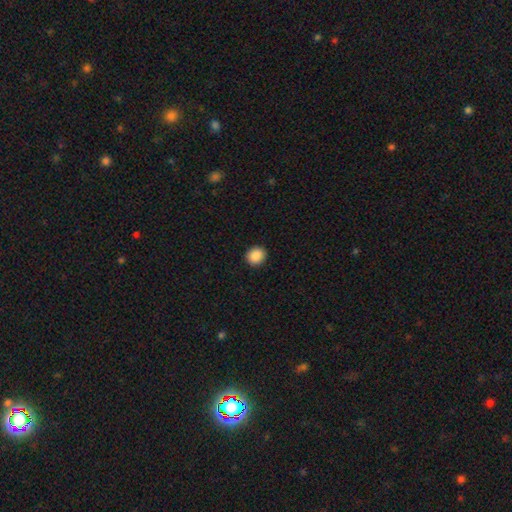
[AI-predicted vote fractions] Q: Smooth or featured?
A: smooth (89%); runner-up: star or artifact (9%)
Q: How rounded?
A: round (80%); runner-up: in between (19%)
Q: Merging?
A: none (92%); runner-up: minor disturbance (5%)